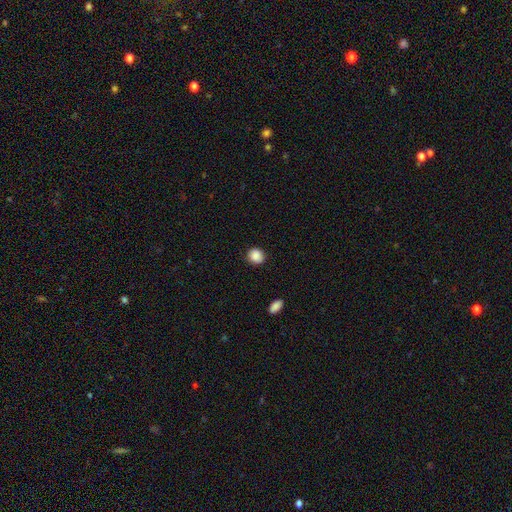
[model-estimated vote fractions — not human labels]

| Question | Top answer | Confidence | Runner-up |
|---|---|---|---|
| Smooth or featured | smooth | 89% | star or artifact (8%) |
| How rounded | round | 77% | in between (22%) |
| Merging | none | 87% | minor disturbance (10%) |